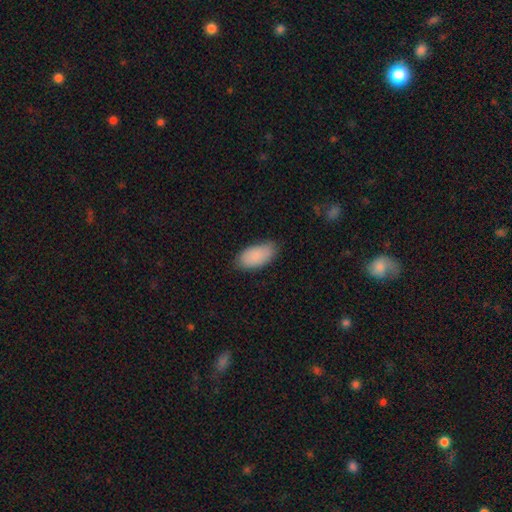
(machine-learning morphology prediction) type=smooth (88%); roundness=in between (94%); merging=none (77%).